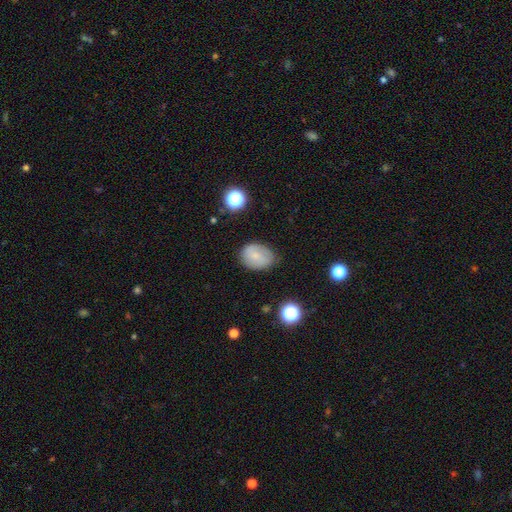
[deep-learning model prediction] This appears to be a smooth galaxy with no disk features (69%) that is in between round and cigar-shaped (68%). Merging: none (74%).